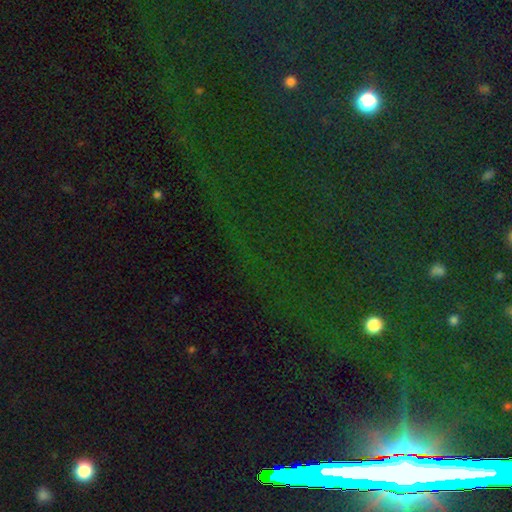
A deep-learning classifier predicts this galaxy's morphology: A star or artifact, not a galaxy (79%).

Vote fractions:
- Smooth or featured? star or artifact: 79% / smooth: 12% / featured or disk: 9%